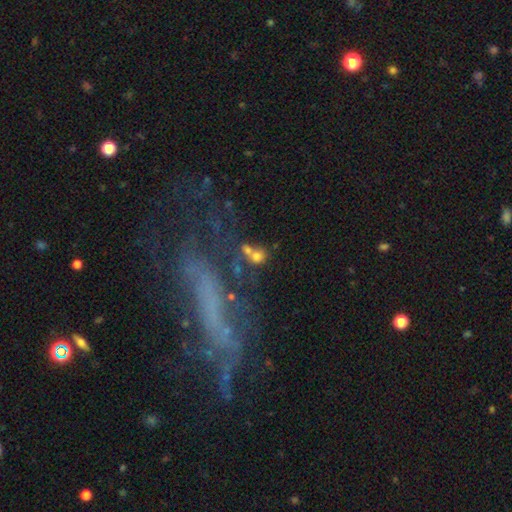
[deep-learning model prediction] Smooth or featured? Predicted: smooth (p=0.57). How rounded? Predicted: round (p=0.56). Merging? Predicted: none (p=0.47).